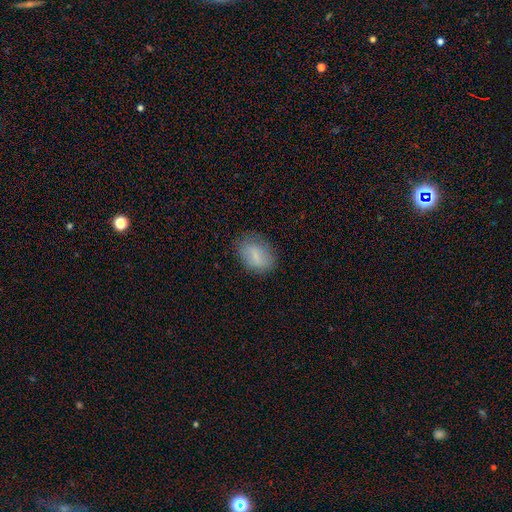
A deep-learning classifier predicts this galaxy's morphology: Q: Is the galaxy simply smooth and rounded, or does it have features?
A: smooth — 70%.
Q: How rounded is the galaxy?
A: in between — 82%.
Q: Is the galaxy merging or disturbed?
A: none — 77%.